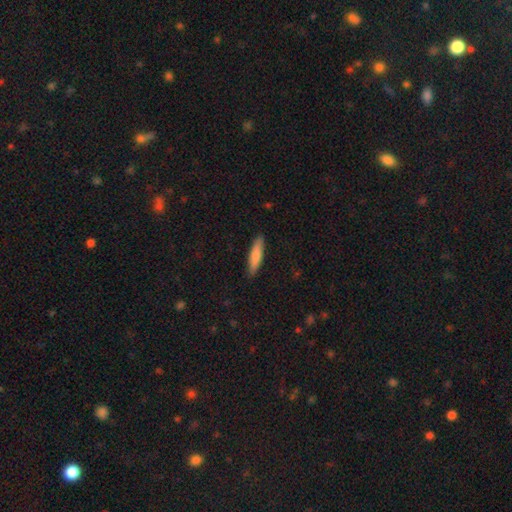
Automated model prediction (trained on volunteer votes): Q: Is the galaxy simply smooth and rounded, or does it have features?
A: smooth — 78%.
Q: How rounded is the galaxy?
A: cigar-shaped — 79%.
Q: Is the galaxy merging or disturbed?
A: none — 88%.